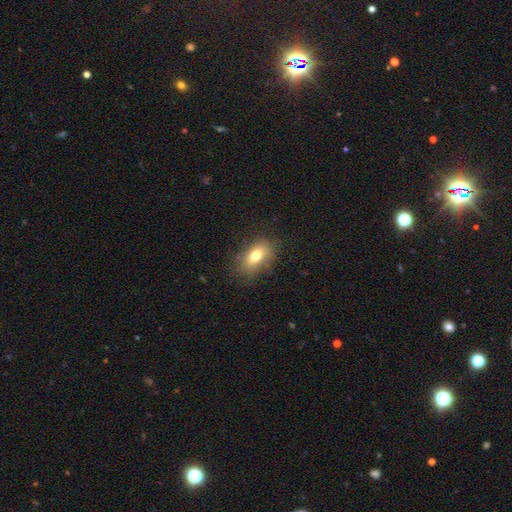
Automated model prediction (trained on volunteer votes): smooth_or_featured: smooth (p=0.75) [alt: featured or disk p=0.15]
how_rounded: in between (p=0.84) [alt: round p=0.12]
merging: none (p=0.79) [alt: minor disturbance p=0.15]